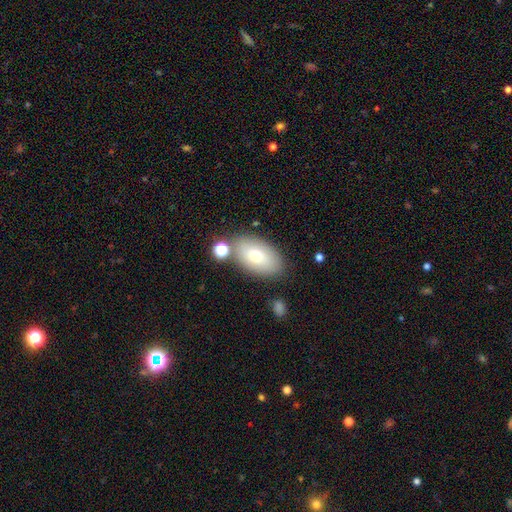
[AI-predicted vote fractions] smooth-or-featured: smooth: 73% | featured or disk: 19% | star or artifact: 8%
  how-rounded: in between: 93% | round: 5% | cigar-shaped: 2%
  merging: none: 76% | minor disturbance: 13% | merger: 8% | major disturbance: 4%